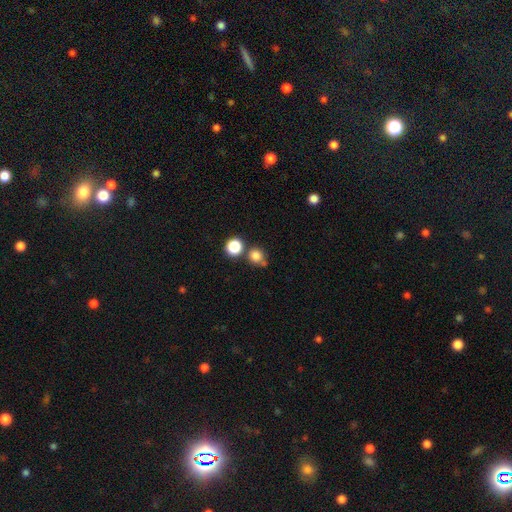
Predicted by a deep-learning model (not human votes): This appears to be a smooth galaxy with no disk features (80%) that is round (90%). Merging: none (66%).